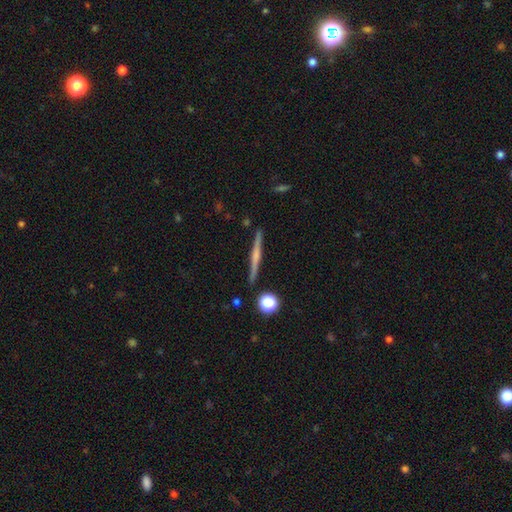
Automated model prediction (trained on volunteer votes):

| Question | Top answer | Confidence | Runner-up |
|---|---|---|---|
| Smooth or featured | featured or disk | 67% | smooth (26%) |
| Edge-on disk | yes | 98% | no (2%) |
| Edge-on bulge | rounded | 55% | none (30%) |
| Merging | none | 91% | minor disturbance (6%) |